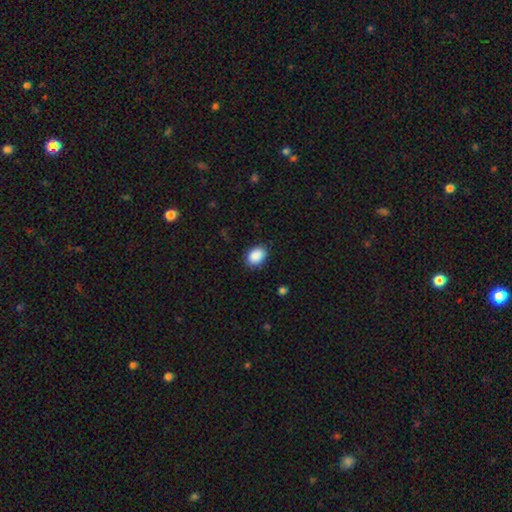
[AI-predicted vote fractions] Smooth or featured? Predicted: smooth (p=0.90). How rounded? Predicted: in between (p=0.76). Merging? Predicted: none (p=0.86).